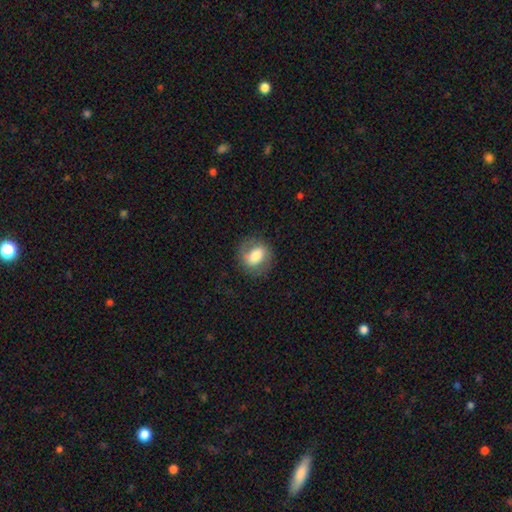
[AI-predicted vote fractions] Q: Smooth or featured?
A: smooth (59%); runner-up: featured or disk (34%)
Q: How rounded?
A: round (53%); runner-up: in between (46%)
Q: Merging?
A: none (77%); runner-up: minor disturbance (15%)